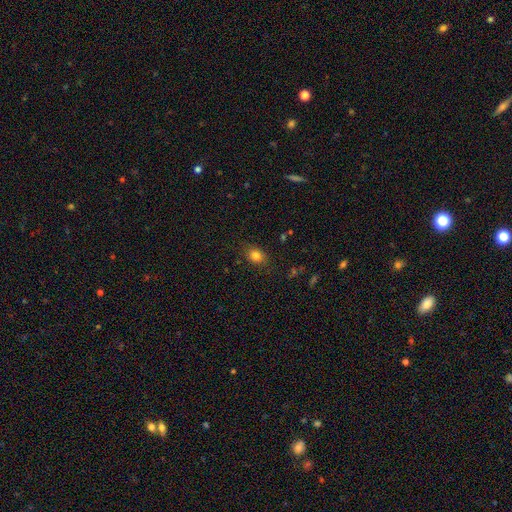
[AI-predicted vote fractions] A smooth galaxy with no disk features (82%) that is in between round and cigar-shaped (55%). Merging: none (82%).